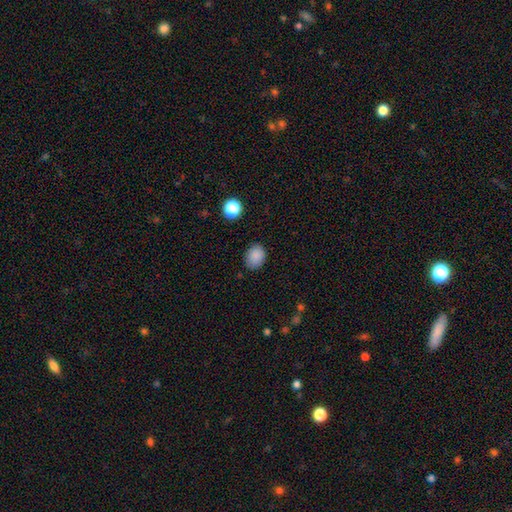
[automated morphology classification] Overall: smooth (86%). How rounded: in between (58%; round 42%). Merging: none (82%).